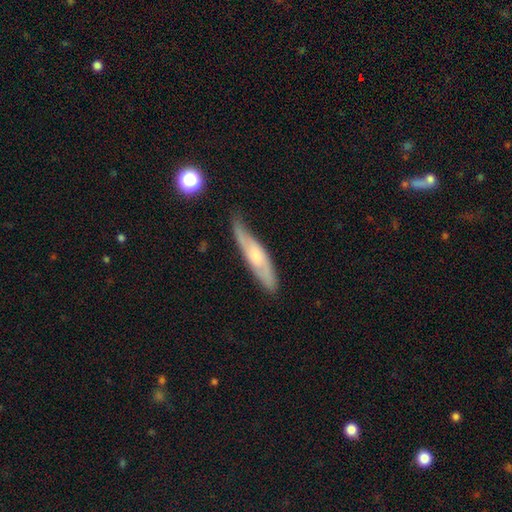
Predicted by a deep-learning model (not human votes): This is possibly a featured or disk galaxy (50%). It is possibly viewed edge-on (57%). Merging: likely none (68%).